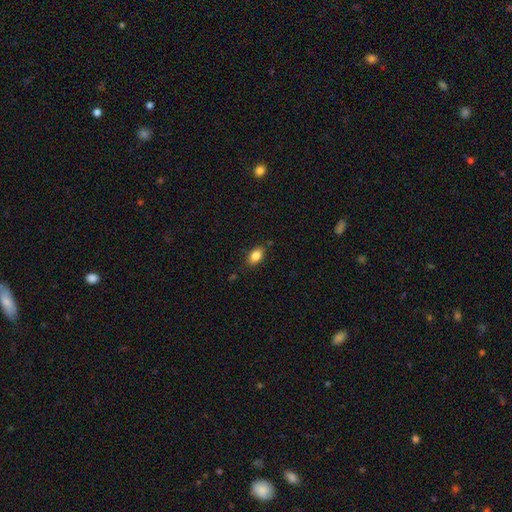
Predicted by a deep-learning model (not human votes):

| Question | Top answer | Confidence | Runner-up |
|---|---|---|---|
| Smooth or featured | smooth | 85% | star or artifact (9%) |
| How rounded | in between | 87% | round (10%) |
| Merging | none | 81% | minor disturbance (14%) |